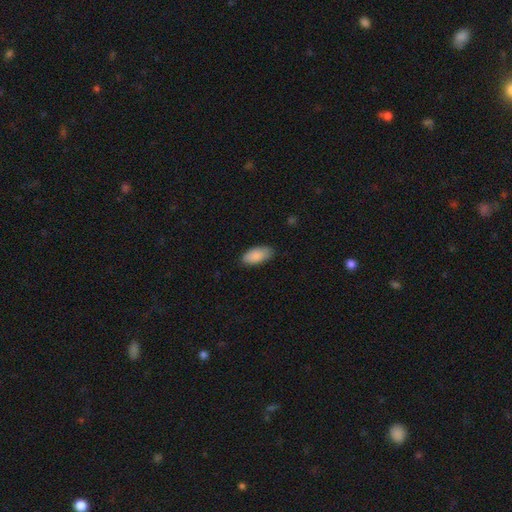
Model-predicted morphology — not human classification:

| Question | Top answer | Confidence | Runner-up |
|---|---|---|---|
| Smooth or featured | smooth | 89% | star or artifact (6%) |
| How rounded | in between | 92% | cigar-shaped (6%) |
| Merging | none | 82% | minor disturbance (15%) |